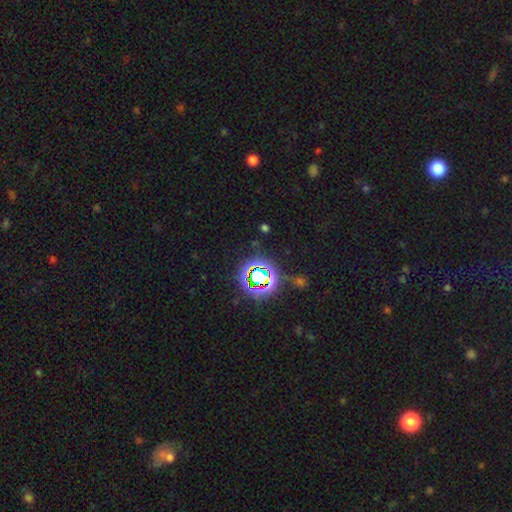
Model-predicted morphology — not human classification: This appears to be a star or artifact, not a galaxy (77%).